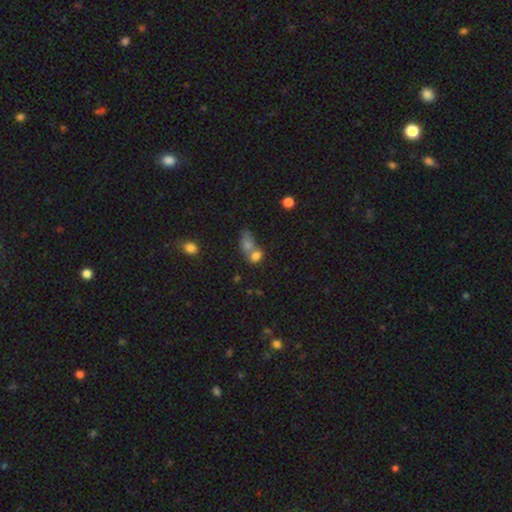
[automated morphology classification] This appears to be a smooth galaxy with no disk features (76%) that is in between round and cigar-shaped (64%). Merging: merger (62%).